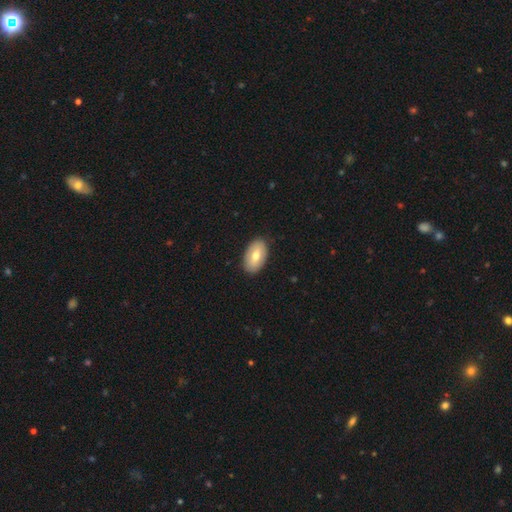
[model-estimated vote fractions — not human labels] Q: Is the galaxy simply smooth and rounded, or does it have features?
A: smooth — 71%.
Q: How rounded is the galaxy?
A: in between — 93%.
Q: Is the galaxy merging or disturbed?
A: none — 88%.